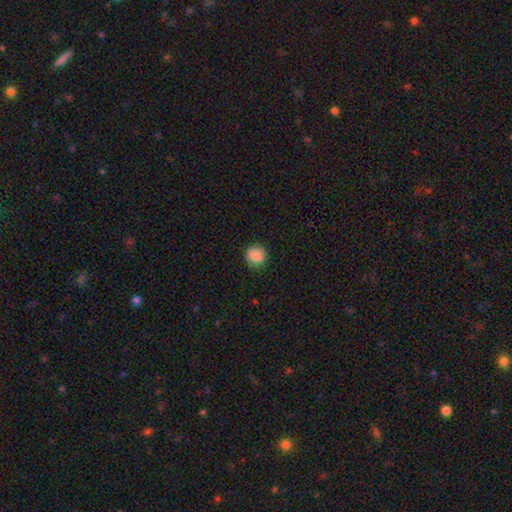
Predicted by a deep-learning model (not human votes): Smooth or featured? smooth (87%)
How rounded? round (85%)
Merging? none (86%)